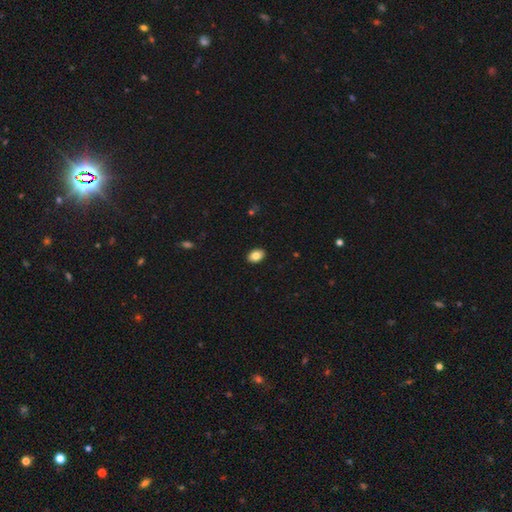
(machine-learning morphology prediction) This is clearly a smooth galaxy (83%). How rounded: clearly in between (86%). Merging: clearly none (91%).